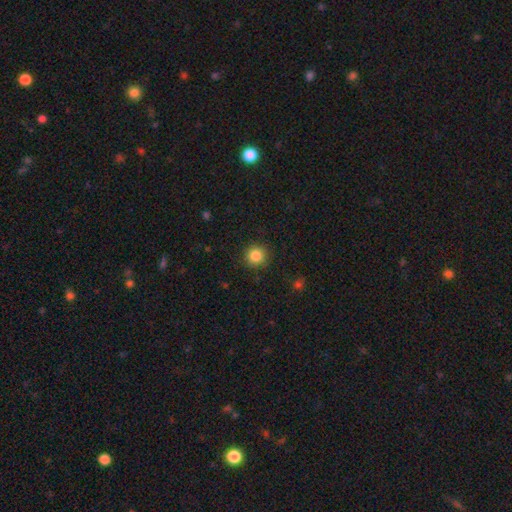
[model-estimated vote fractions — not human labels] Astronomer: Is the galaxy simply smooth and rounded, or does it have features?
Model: smooth — 85%.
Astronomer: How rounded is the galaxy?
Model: round — 94%.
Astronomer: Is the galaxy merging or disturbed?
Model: none — 90%.